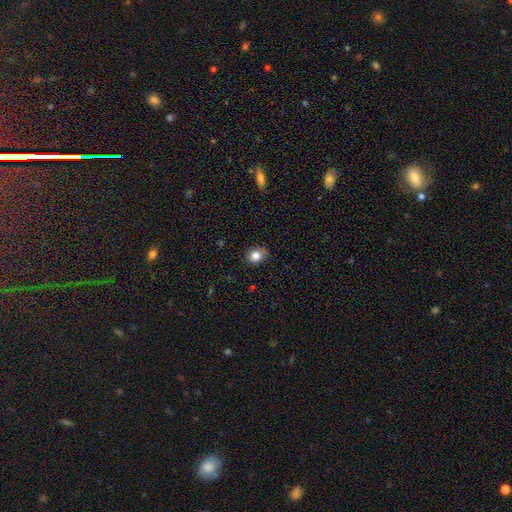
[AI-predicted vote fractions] Smooth or featured? Predicted: smooth (p=0.82). How rounded? Predicted: round (p=0.56). Merging? Predicted: none (p=0.81).